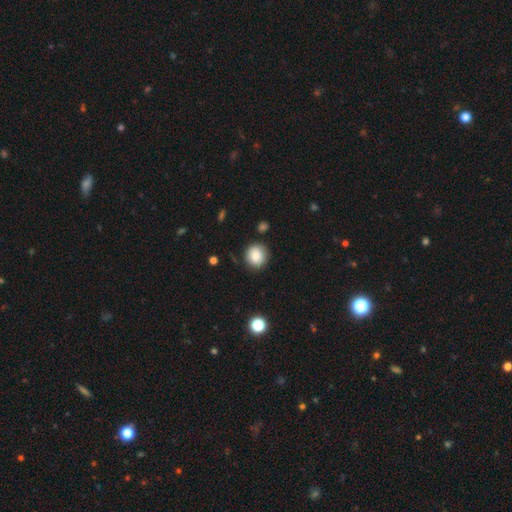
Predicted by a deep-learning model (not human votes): smooth_or_featured: smooth (p=0.84) [alt: star or artifact p=0.09]
how_rounded: round (p=0.89) [alt: in between p=0.10]
merging: none (p=0.86) [alt: minor disturbance p=0.10]